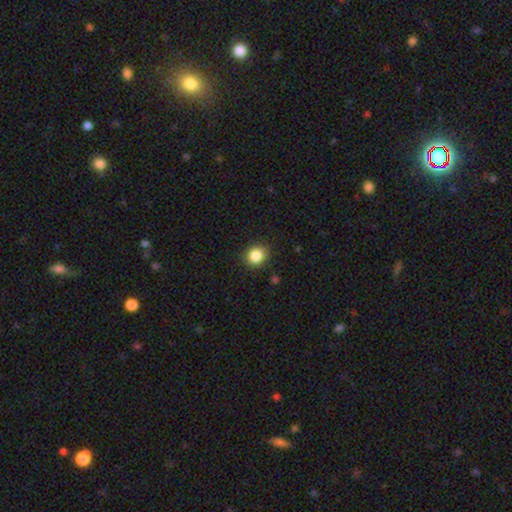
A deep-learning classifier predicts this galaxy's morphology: Smooth or featured: smooth — 85% (star or artifact — 10%)
How rounded: round — 77% (in between — 22%)
Merging: none — 88% (minor disturbance — 9%)